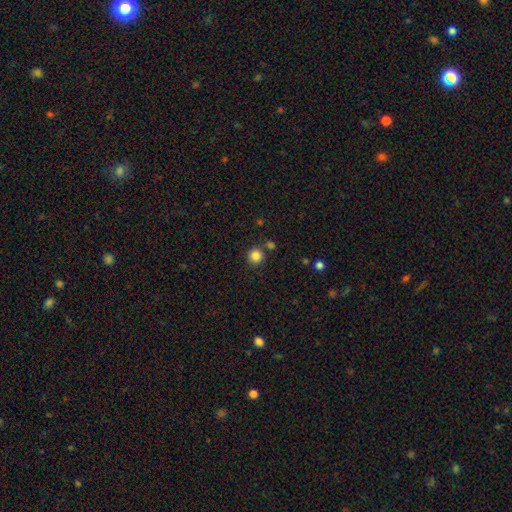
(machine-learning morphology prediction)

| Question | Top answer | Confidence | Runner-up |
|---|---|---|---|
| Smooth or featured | smooth | 85% | star or artifact (11%) |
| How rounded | round | 94% | in between (5%) |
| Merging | none | 80% | merger (10%) |